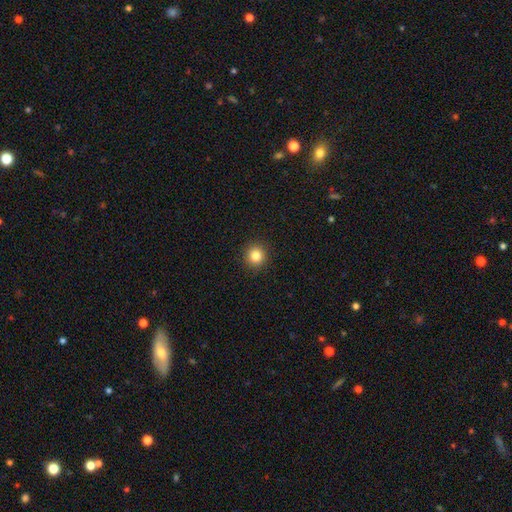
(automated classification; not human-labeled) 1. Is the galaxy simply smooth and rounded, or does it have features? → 84% smooth, 11% star or artifact, 5% featured or disk.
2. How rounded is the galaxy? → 93% round, 6% in between, 1% cigar-shaped.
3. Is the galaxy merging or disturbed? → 92% none, 5% minor disturbance, 2% major disturbance, 1% merger.